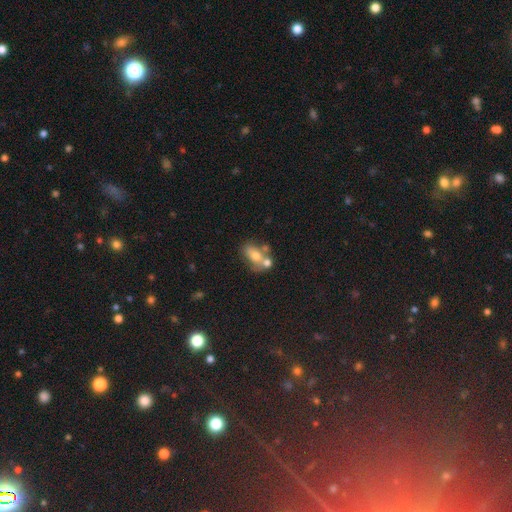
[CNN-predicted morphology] Overall: smooth (63%; featured or disk 26%). How rounded: in between (76%). Merging: merger (46%; none 34%).